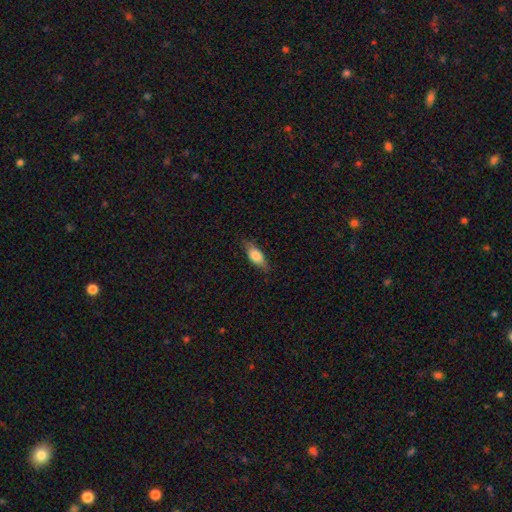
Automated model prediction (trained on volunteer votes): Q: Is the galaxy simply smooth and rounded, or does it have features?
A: smooth — 73%.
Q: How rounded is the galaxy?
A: in between — 71%.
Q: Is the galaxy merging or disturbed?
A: none — 81%.